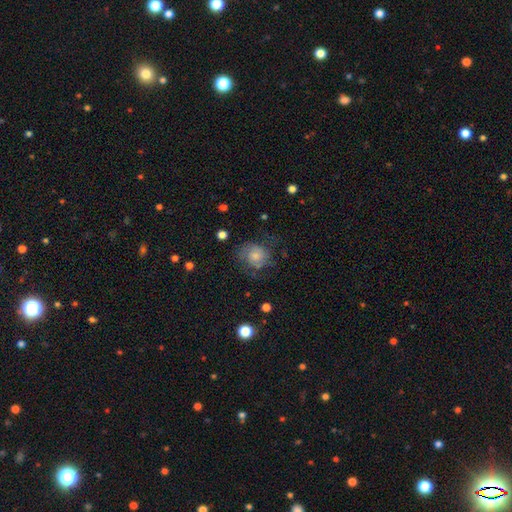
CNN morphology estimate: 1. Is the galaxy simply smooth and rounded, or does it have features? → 49% smooth, 41% featured or disk, 10% star or artifact.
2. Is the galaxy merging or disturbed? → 53% none, 24% minor disturbance, 21% major disturbance, 2% merger.